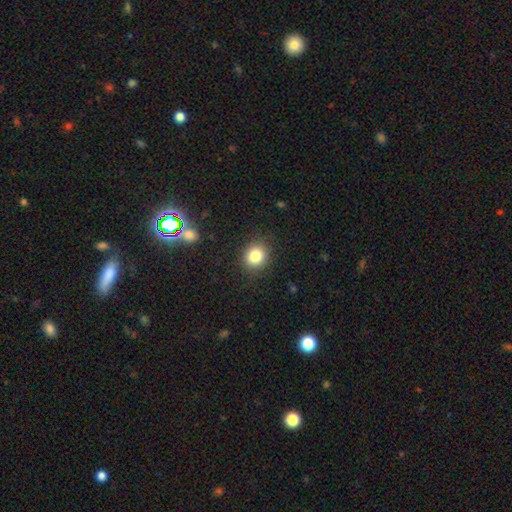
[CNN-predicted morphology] A smooth galaxy with no disk features (83%) that is round (76%).

Vote fractions:
- Smooth or featured? smooth: 83% / star or artifact: 11% / featured or disk: 6%
- How rounded? round: 76% / in between: 24% / cigar-shaped: 1%
- Merging? none: 88% / minor disturbance: 8% / major disturbance: 3% / merger: 1%